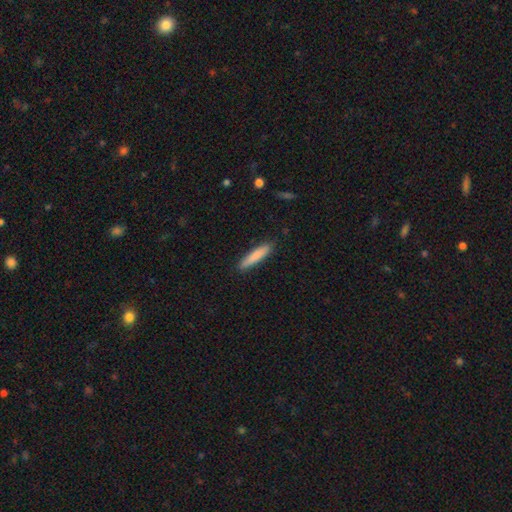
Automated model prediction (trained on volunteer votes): A smooth galaxy with no disk features (84%) that is cigar-shaped (88%). Merging: none (88%).